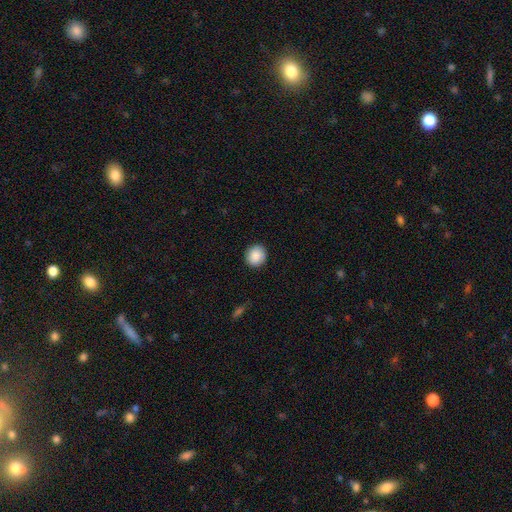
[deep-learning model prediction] smooth-or-featured: smooth: 87% | star or artifact: 8% | featured or disk: 6%
  how-rounded: round: 88% | in between: 11% | cigar-shaped: 1%
  merging: none: 88% | minor disturbance: 9% | major disturbance: 2% | merger: 1%